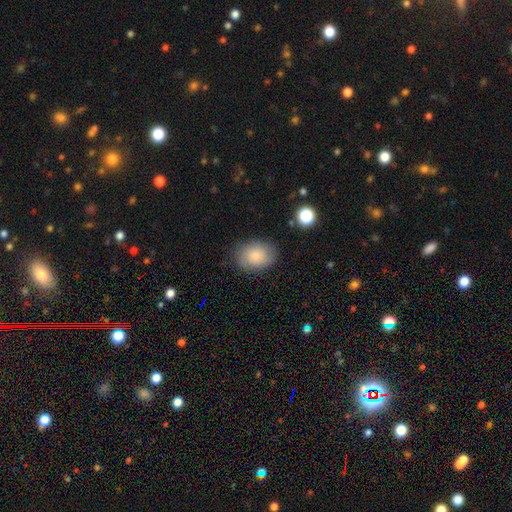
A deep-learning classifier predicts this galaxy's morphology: type=smooth (81%); roundness=in between (70%); merging=none (79%).